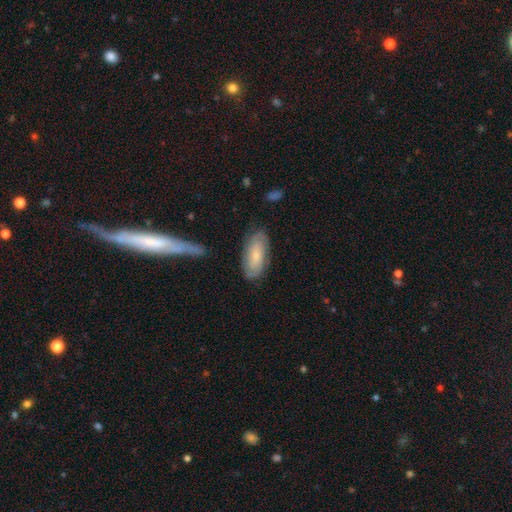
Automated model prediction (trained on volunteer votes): Smooth or featured? Predicted: smooth (p=0.49). Merging? Predicted: none (p=0.75).